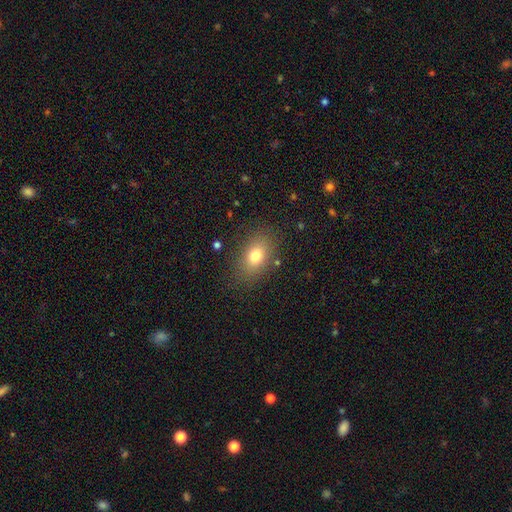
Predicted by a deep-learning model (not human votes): A smooth galaxy with no disk features (76%) that is in between round and cigar-shaped (75%).

Vote fractions:
- Smooth or featured? smooth: 76% / featured or disk: 12% / star or artifact: 12%
- How rounded? in between: 75% / round: 23% / cigar-shaped: 2%
- Merging? none: 83% / minor disturbance: 11% / major disturbance: 5% / merger: 2%